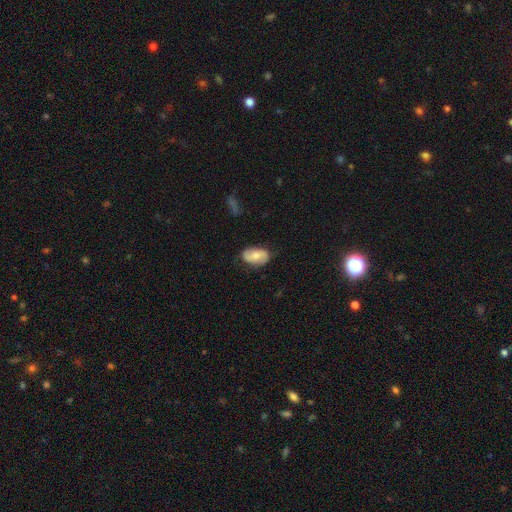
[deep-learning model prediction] The model was most divided on "smooth or featured": smooth: 49%, featured or disk: 44%, star or artifact: 7%. More confident: merging — none (76%).